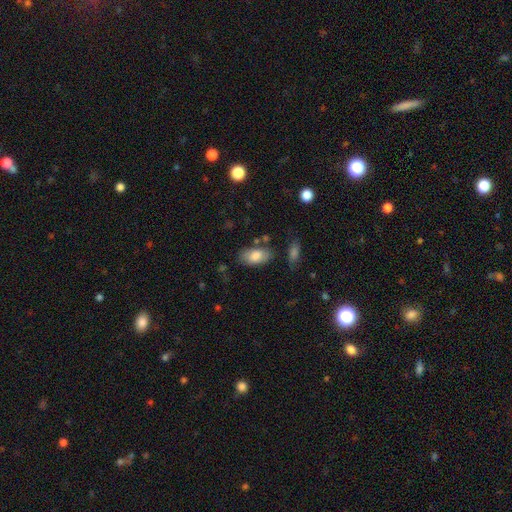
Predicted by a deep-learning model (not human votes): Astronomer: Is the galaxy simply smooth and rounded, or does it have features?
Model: smooth — 79%.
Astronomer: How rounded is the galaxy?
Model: in between — 93%.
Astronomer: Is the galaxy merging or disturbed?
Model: none — 73%.